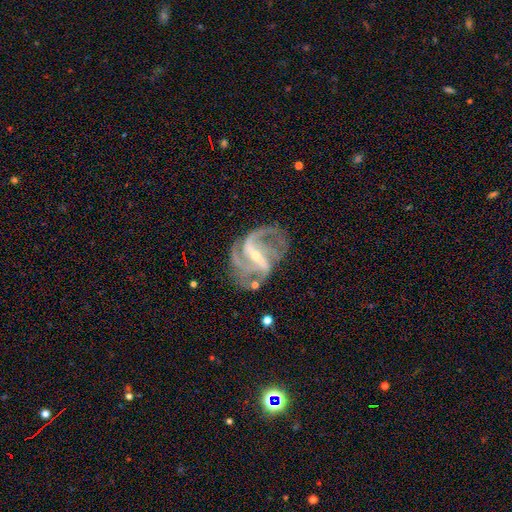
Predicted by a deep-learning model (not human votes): smooth_or_featured: featured or disk (p=0.91) [alt: star or artifact p=0.06]
disk_edge_on: no (p=0.97) [alt: yes p=0.03]
bar: strong (p=0.64) [alt: weak p=0.27]
has_spiral_arms: yes (p=0.96) [alt: no p=0.04]
spiral_winding: medium (p=0.46) [alt: loose p=0.38]
spiral_arm_count: 2 (p=0.36) [alt: 3 p=0.31]
bulge_size: small (p=0.73) [alt: moderate p=0.23]
merging: none (p=0.59) [alt: minor disturbance p=0.20]